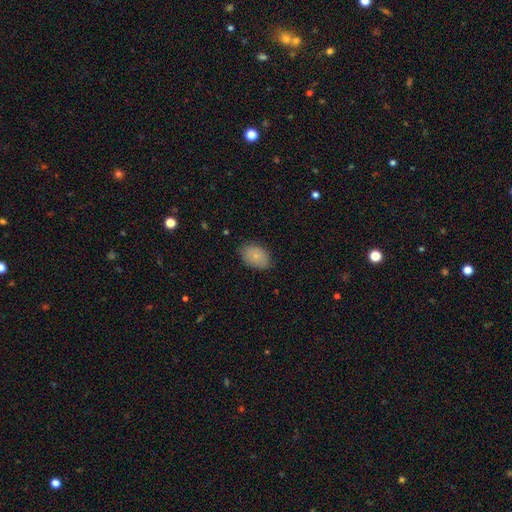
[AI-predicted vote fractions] smooth-or-featured: smooth: 81% | featured or disk: 12% | star or artifact: 8%
  how-rounded: in between: 88% | round: 11% | cigar-shaped: 1%
  merging: none: 79% | minor disturbance: 17% | major disturbance: 3% | merger: 1%